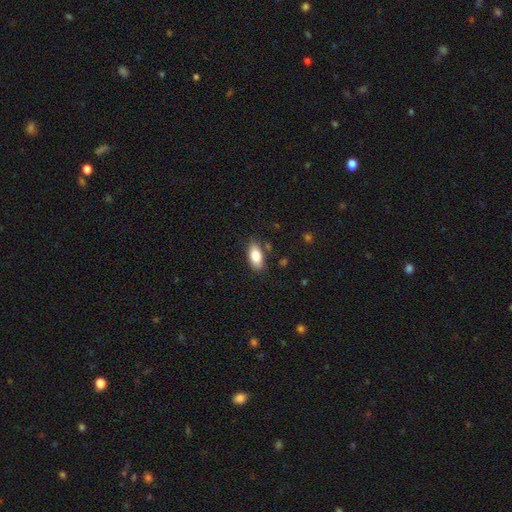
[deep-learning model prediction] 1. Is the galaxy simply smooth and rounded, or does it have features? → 81% smooth, 12% featured or disk, 7% star or artifact.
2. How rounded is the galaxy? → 89% in between, 8% cigar-shaped, 3% round.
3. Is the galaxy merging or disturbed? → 83% none, 12% minor disturbance, 3% merger, 3% major disturbance.